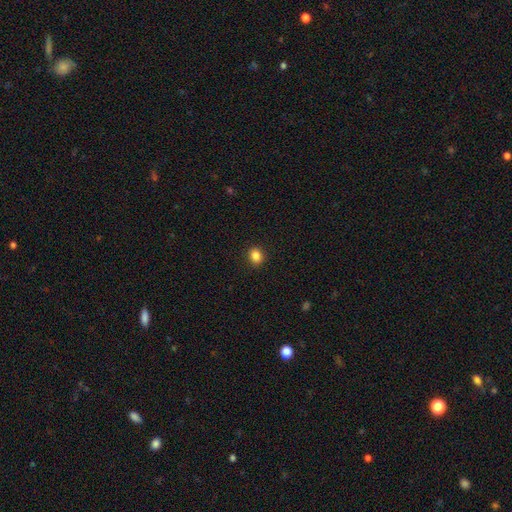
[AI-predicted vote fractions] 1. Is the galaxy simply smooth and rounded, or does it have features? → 86% smooth, 11% star or artifact, 4% featured or disk.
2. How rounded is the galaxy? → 69% round, 30% in between, 1% cigar-shaped.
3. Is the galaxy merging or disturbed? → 91% none, 7% minor disturbance, 2% major disturbance, 1% merger.